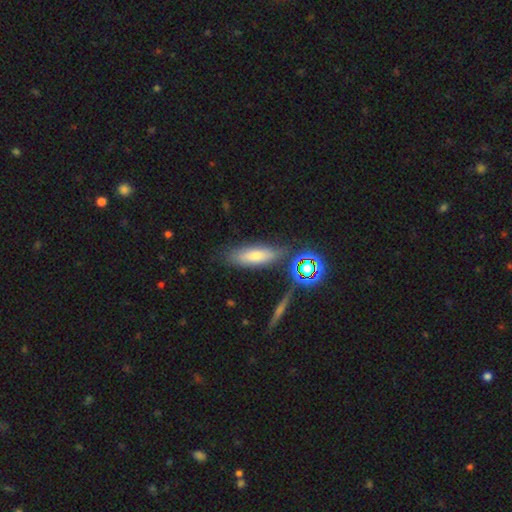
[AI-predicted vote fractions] A smooth galaxy with no disk features (64%) that is in between round and cigar-shaped (51%). Merging: none (75%).